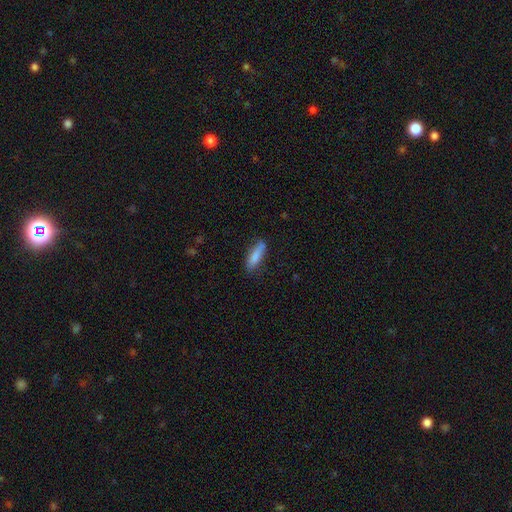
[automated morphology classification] type=smooth (83%); roundness=cigar-shaped (55%); merging=none (72%).